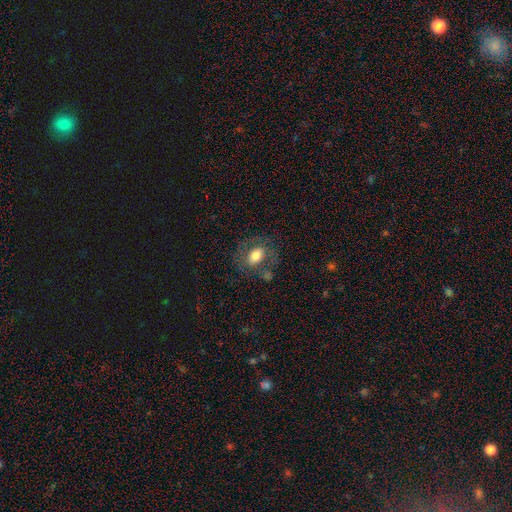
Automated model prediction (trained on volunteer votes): smooth_or_featured: smooth (p=0.65) [alt: featured or disk p=0.26]
how_rounded: in between (p=0.70) [alt: round p=0.29]
merging: none (p=0.65) [alt: minor disturbance p=0.17]